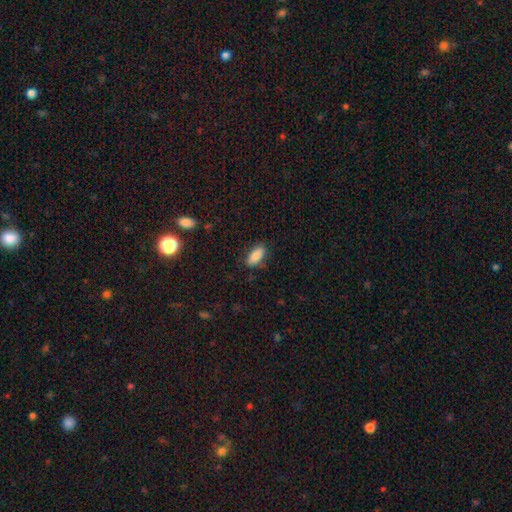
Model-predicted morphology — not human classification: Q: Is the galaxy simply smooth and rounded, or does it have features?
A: smooth — 84%.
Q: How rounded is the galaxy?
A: in between — 87%.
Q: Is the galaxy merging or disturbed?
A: none — 83%.